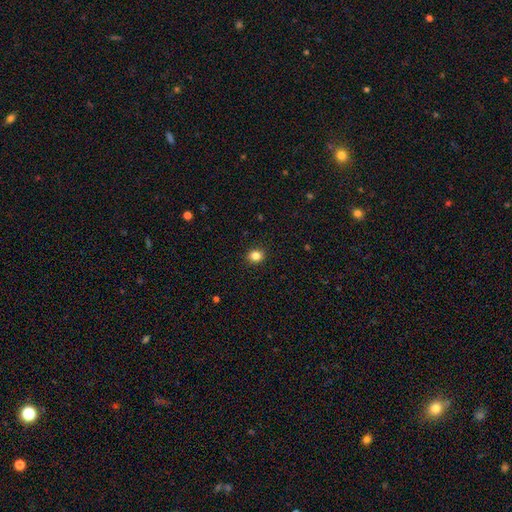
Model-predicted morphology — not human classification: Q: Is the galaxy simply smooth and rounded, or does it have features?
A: smooth — 85%.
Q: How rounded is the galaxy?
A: round — 71%.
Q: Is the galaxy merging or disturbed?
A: none — 91%.